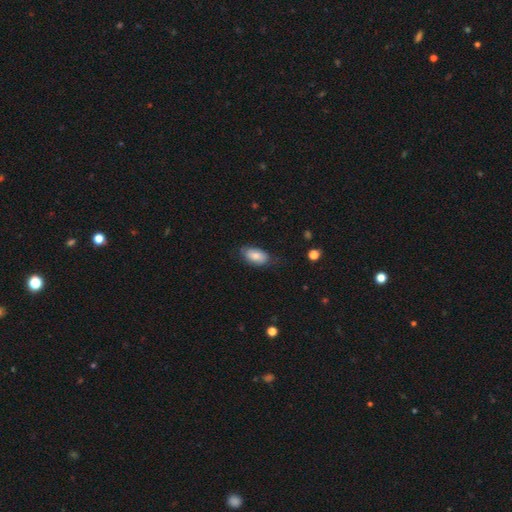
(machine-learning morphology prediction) This is likely a smooth galaxy (78%). How rounded: clearly in between (93%). Merging: likely none (66%).